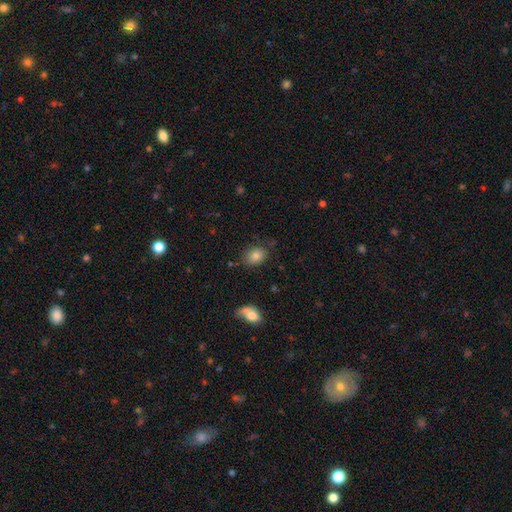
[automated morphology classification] Smooth or featured? Predicted: smooth (p=0.81). How rounded? Predicted: in between (p=0.65). Merging? Predicted: none (p=0.75).